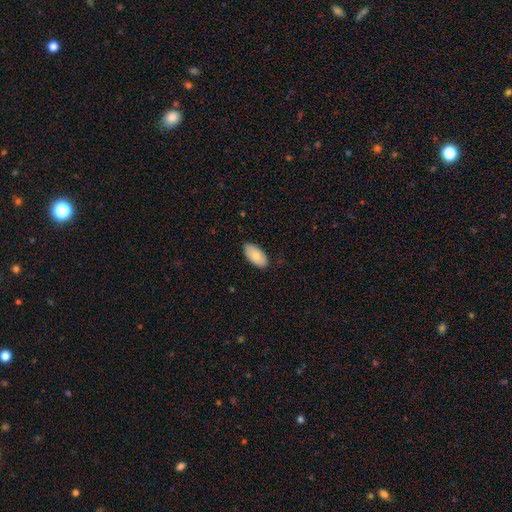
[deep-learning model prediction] smooth 79%, featured or disk 15%, star or artifact 6%. Down the decision tree: how rounded — in between (95%); merging — none (85%).